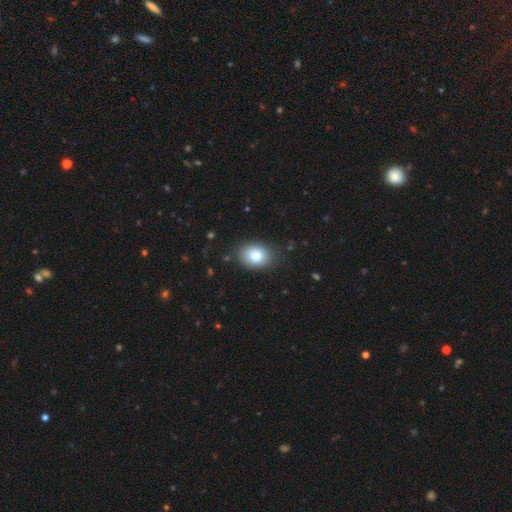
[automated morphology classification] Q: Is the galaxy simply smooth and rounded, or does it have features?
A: smooth — 82%.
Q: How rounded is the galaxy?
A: in between — 66%.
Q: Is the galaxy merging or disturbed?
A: none — 83%.